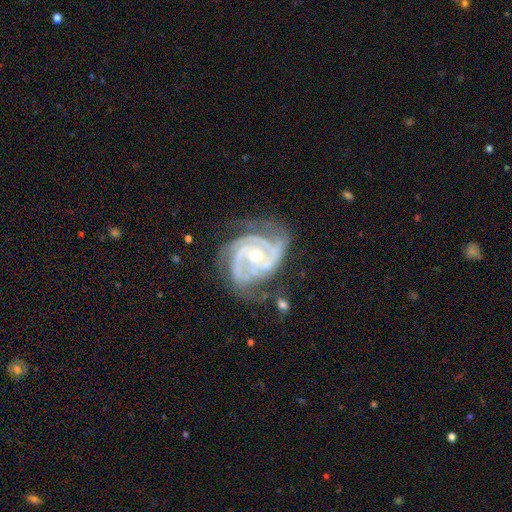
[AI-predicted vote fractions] A featured or disk galaxy (93%) with no bar (65%), 3 (47%) tight (64%) spiral arms (98%) and a moderate central bulge (62%). Merging: none (62%).